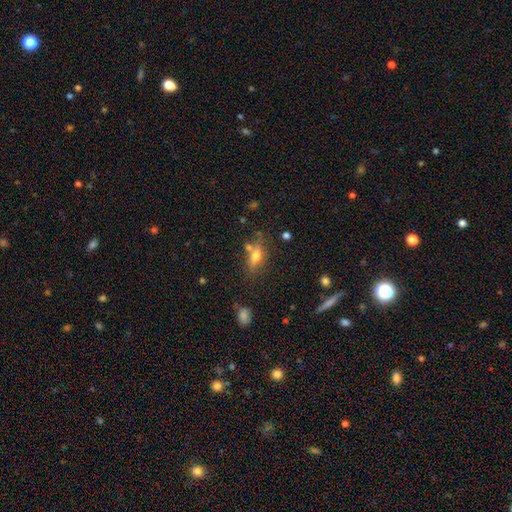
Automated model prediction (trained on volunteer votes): smooth-or-featured: smooth: 64% | featured or disk: 25% | star or artifact: 11%
  how-rounded: in between: 70% | cigar-shaped: 22% | round: 8%
  merging: none: 60% | minor disturbance: 18% | merger: 15% | major disturbance: 7%